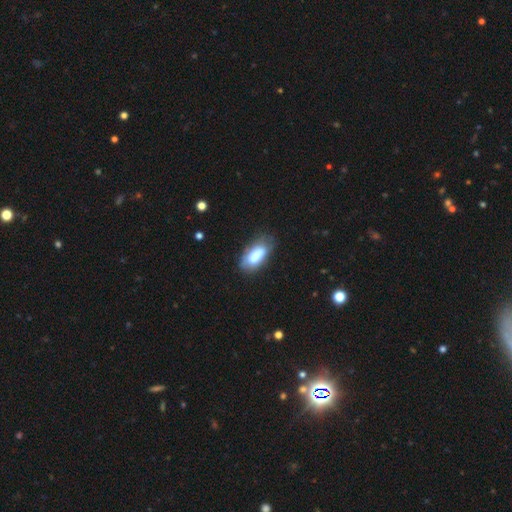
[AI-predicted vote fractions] Overall: smooth (75%). How rounded: in between (86%). Merging: none (61%; minor disturbance 26%).